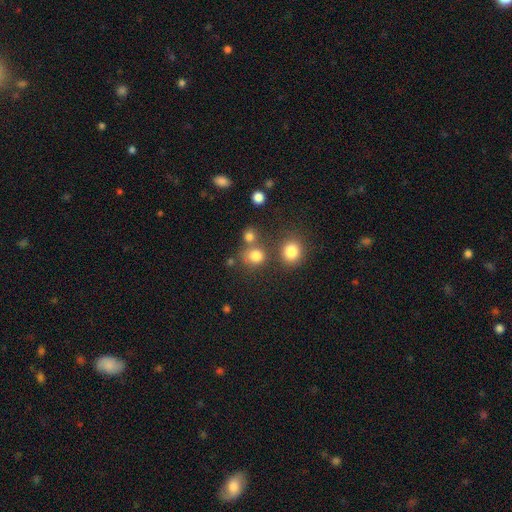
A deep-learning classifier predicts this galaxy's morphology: A smooth galaxy with no disk features (79%) that is round (84%).

Vote fractions:
- Smooth or featured? smooth: 79% / star or artifact: 15% / featured or disk: 6%
- How rounded? round: 84% / in between: 15% / cigar-shaped: 1%
- Merging? none: 62% / merger: 24% / minor disturbance: 9% / major disturbance: 5%